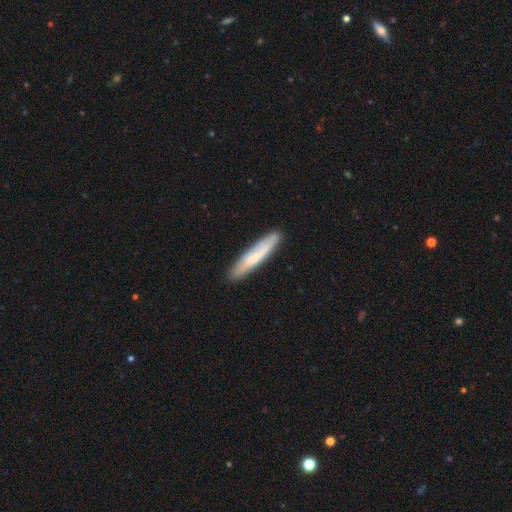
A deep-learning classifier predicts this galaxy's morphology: This appears to be a smooth galaxy with no disk features (60%) that is cigar-shaped (90%). Merging: none (85%).